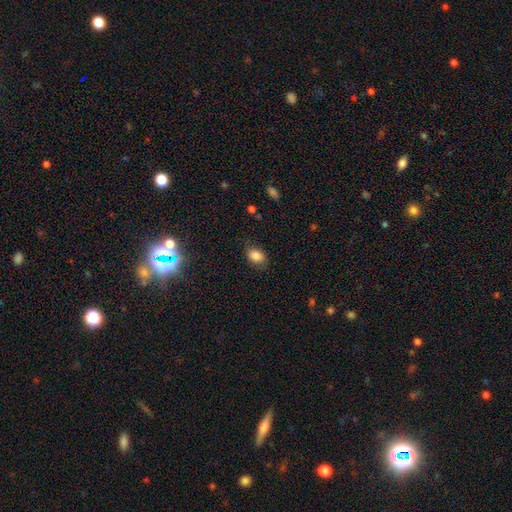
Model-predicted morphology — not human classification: Overall: smooth (83%). How rounded: in between (74%). Merging: none (71%).